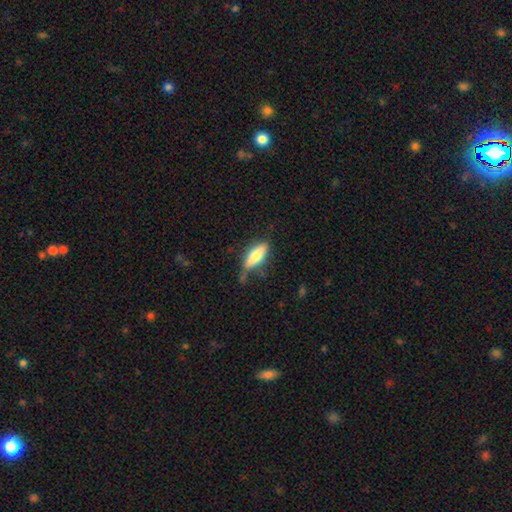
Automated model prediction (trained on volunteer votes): This appears to be a smooth galaxy with no disk features (66%) that is in between round and cigar-shaped (58%). Merging: none (56%).